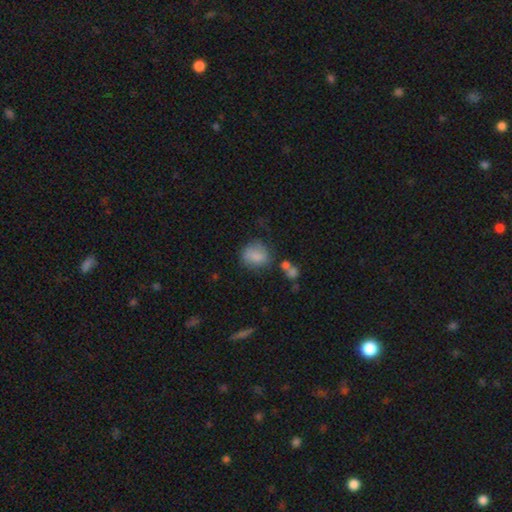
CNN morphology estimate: Smooth or featured? smooth (79%)
How rounded? round (63%)
Merging? none (59%)